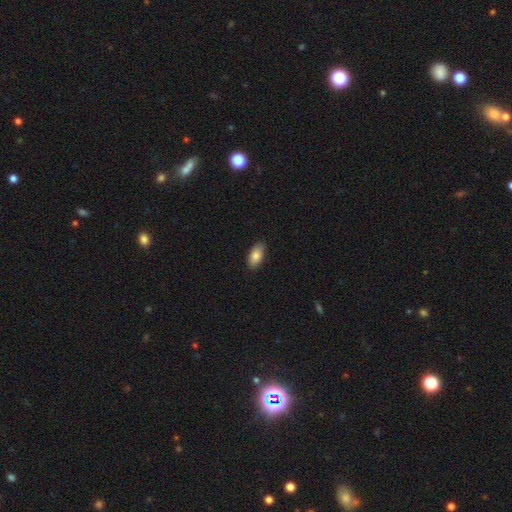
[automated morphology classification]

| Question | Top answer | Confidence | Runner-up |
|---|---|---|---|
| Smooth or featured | smooth | 83% | featured or disk (11%) |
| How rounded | in between | 93% | cigar-shaped (4%) |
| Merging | none | 88% | minor disturbance (9%) |